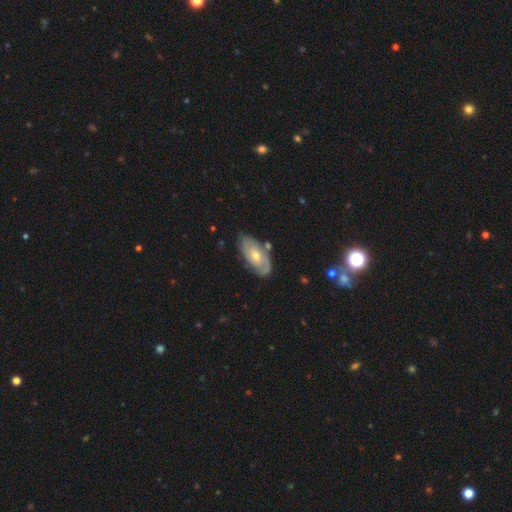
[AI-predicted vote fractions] This appears to be a featured or disk galaxy (65%) with no bar (71%), spiral arms (75%) and a moderate central bulge (55%). Merging: none (76%).